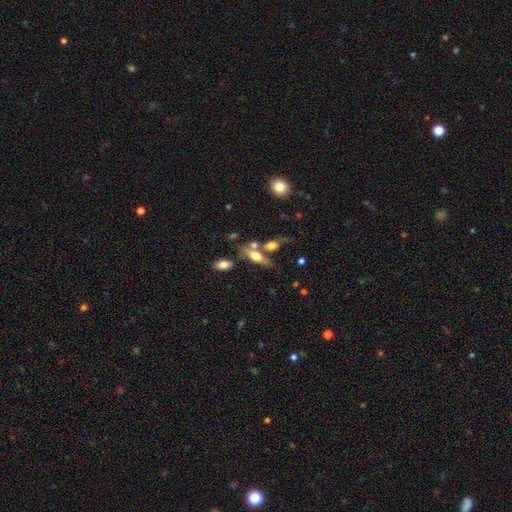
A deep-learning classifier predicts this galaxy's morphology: This appears to be a smooth galaxy with no disk features (56%) that is in between round and cigar-shaped (66%). Merging: none (44%).